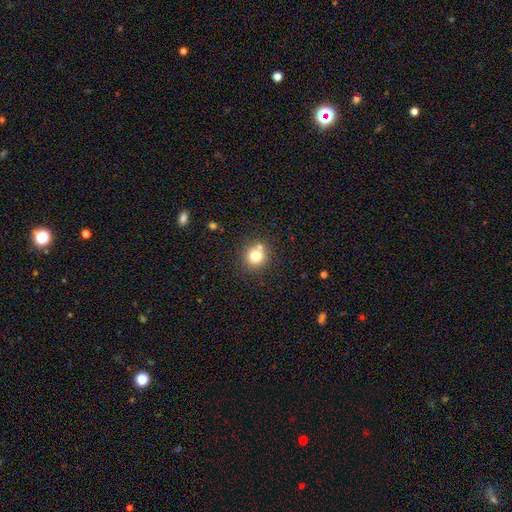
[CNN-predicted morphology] type=smooth (76%); roundness=round (88%); merging=none (73%).